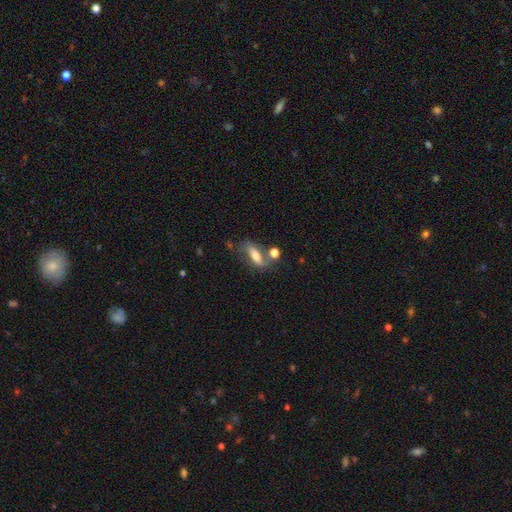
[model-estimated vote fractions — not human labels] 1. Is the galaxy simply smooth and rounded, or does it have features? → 53% smooth, 38% featured or disk, 9% star or artifact.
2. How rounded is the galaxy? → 52% in between, 43% cigar-shaped, 5% round.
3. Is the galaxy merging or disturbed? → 54% none, 18% minor disturbance, 18% merger, 10% major disturbance.